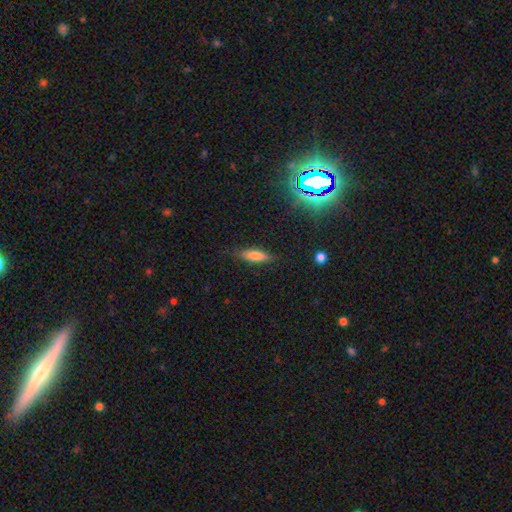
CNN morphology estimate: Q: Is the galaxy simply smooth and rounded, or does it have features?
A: smooth — 74%.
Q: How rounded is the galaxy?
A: cigar-shaped — 54%.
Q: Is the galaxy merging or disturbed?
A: none — 82%.